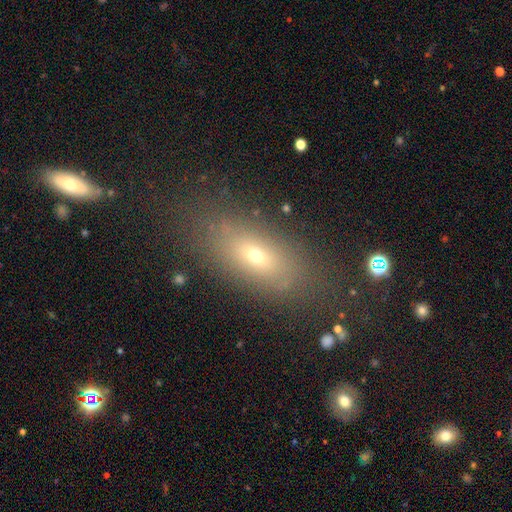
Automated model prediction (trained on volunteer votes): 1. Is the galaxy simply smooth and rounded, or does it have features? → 63% smooth, 21% featured or disk, 16% star or artifact.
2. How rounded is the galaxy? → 75% in between, 14% cigar-shaped, 10% round.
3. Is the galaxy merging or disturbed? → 76% none, 14% minor disturbance, 8% major disturbance, 3% merger.